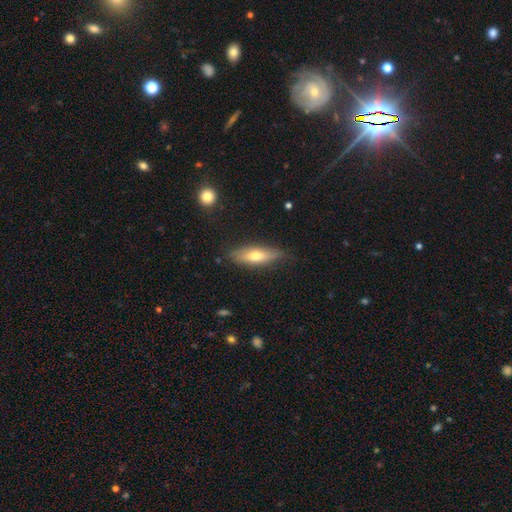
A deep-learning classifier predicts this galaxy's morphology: This appears to be a smooth galaxy with no disk features (58%) that is in between round and cigar-shaped (50%). Merging: none (79%).